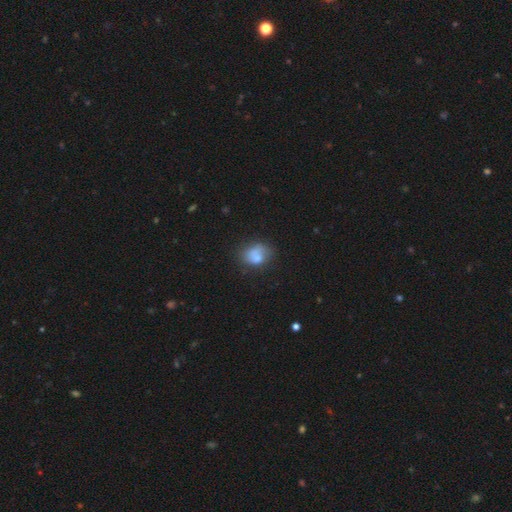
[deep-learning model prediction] This appears to be a smooth galaxy with no disk features (70%) that is in between round and cigar-shaped (52%). Merging: none (42%).